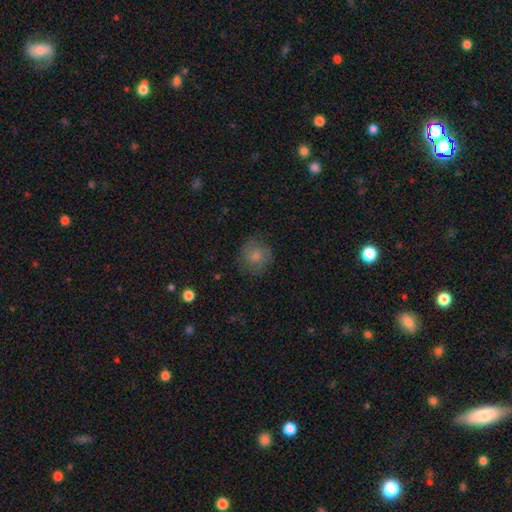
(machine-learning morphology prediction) Smooth or featured? smooth (74%)
How rounded? round (86%)
Merging? none (75%)